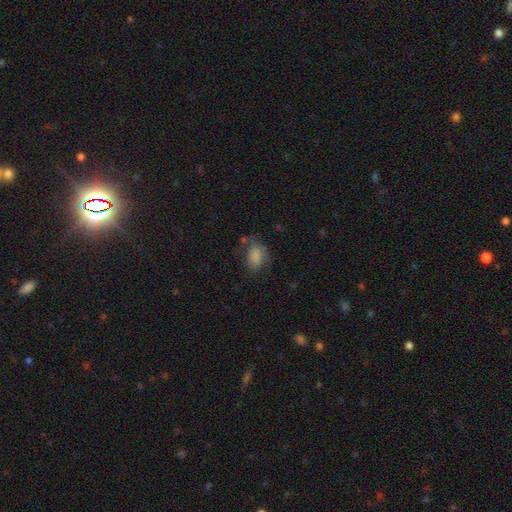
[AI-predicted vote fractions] Smooth or featured? smooth (76%)
How rounded? in between (83%)
Merging? none (49%)